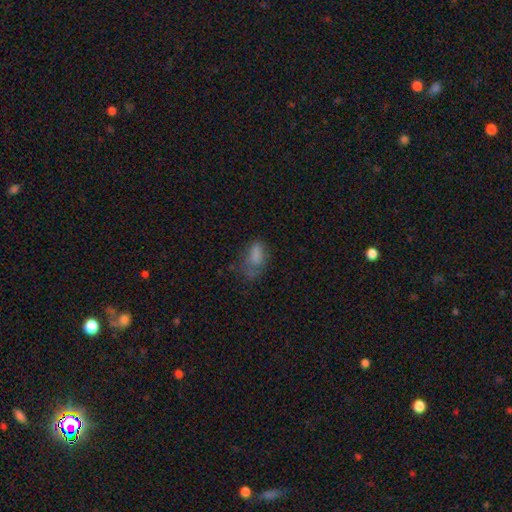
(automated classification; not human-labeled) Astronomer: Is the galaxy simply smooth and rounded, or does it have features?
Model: smooth — 73%.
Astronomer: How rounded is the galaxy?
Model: in between — 87%.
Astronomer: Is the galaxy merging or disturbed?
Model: none — 37% (runner-up: major disturbance, 30%).